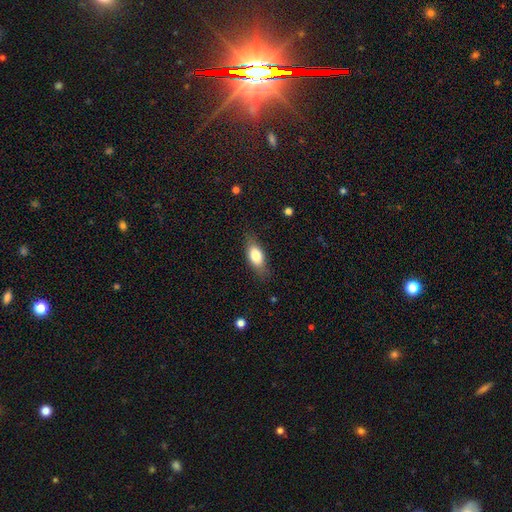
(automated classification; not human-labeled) smooth 77%, featured or disk 16%, star or artifact 7%. Down the decision tree: how rounded — in between (82%); merging — none (79%).